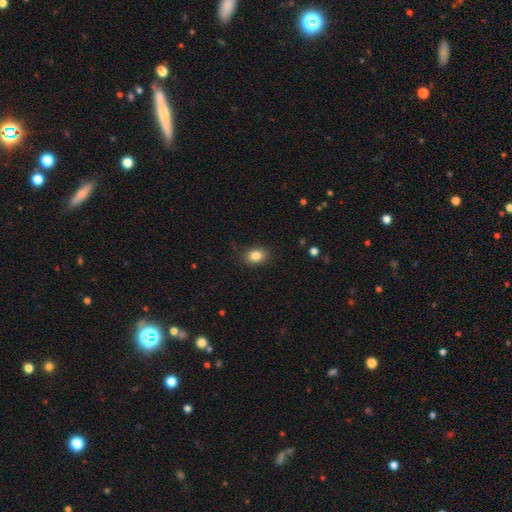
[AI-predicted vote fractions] Smooth or featured?
  - smooth: 85% *
  - star or artifact: 10%
  - featured or disk: 6%
How rounded?
  - in between: 64% *
  - round: 35%
  - cigar-shaped: 1%
Merging?
  - none: 86% *
  - minor disturbance: 10%
  - major disturbance: 3%
  - merger: 1%